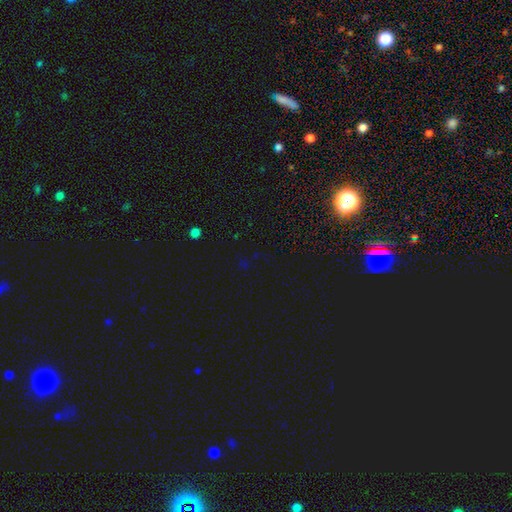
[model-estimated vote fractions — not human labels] star or artifact 71%, smooth 22%, featured or disk 7%.